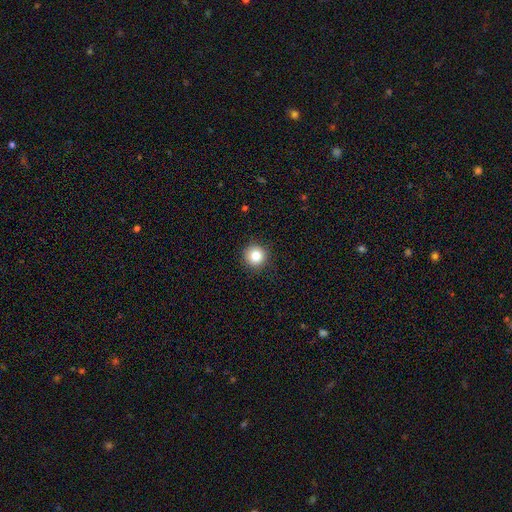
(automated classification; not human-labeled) smooth_or_featured: smooth (p=0.82) [alt: star or artifact p=0.11]
how_rounded: round (p=0.95) [alt: in between p=0.04]
merging: none (p=0.91) [alt: minor disturbance p=0.06]